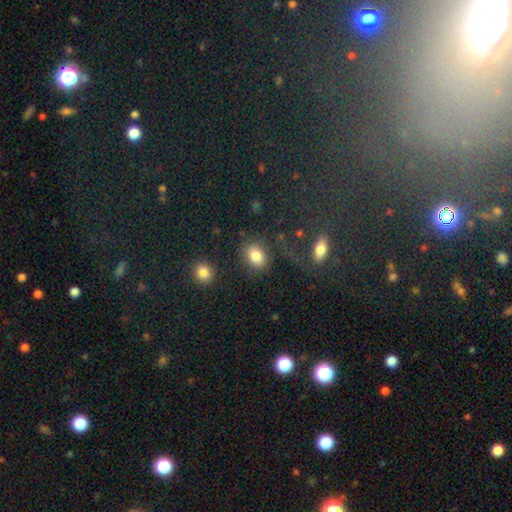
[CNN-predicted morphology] smooth_or_featured: smooth (p=0.83) [alt: featured or disk p=0.09]
how_rounded: in between (p=0.75) [alt: round p=0.23]
merging: none (p=0.76) [alt: minor disturbance p=0.14]